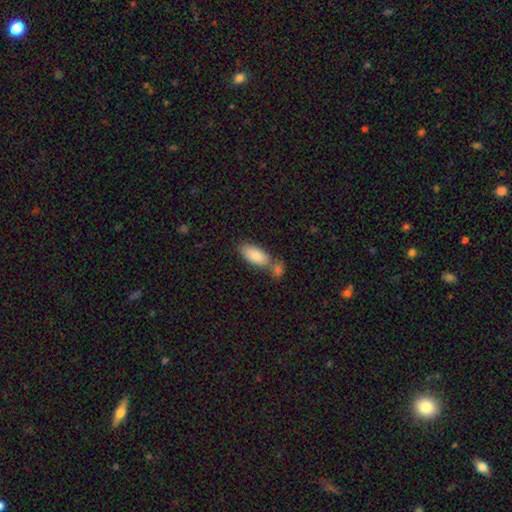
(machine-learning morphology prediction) type=smooth (85%); roundness=in between (88%); merging=none (49%).